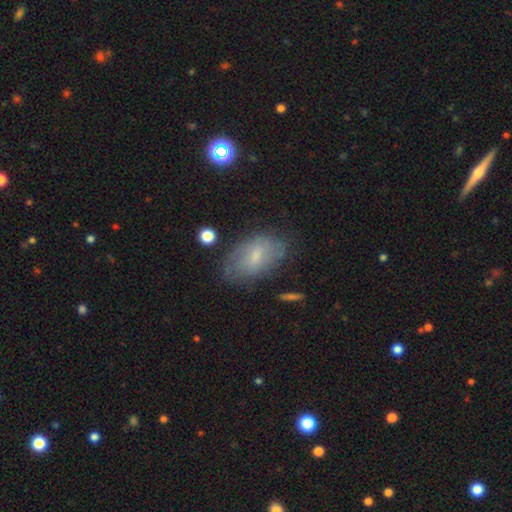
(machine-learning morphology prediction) This appears to be a smooth galaxy with no disk features (55%) that is in between round and cigar-shaped (91%). Merging: none (66%).